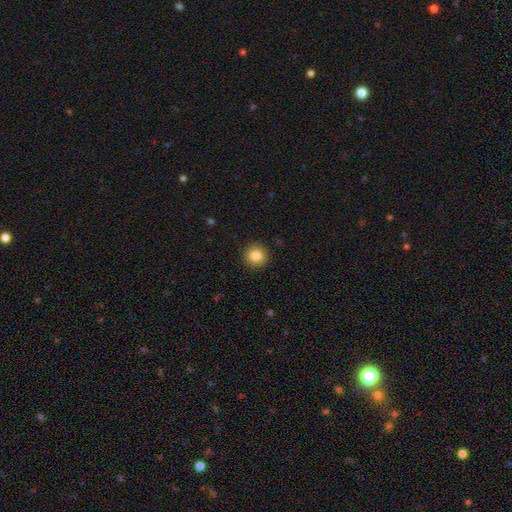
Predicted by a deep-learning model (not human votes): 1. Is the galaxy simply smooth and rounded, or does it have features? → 85% smooth, 10% star or artifact, 5% featured or disk.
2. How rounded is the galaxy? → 93% round, 6% in between, 1% cigar-shaped.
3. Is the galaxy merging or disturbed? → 92% none, 6% minor disturbance, 2% major disturbance, 1% merger.